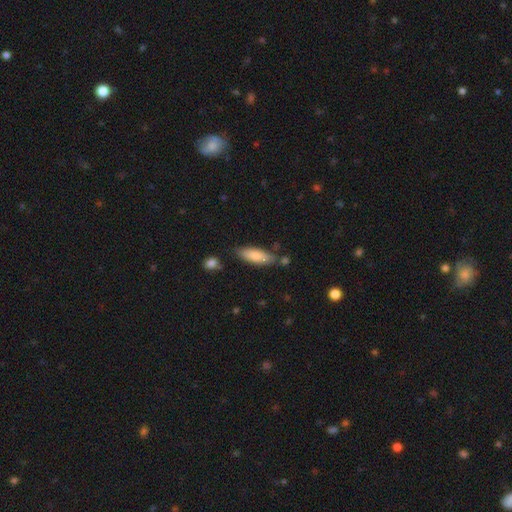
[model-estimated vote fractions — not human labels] Smooth or featured?
  - smooth: 80% *
  - featured or disk: 14%
  - star or artifact: 6%
How rounded?
  - in between: 56% *
  - cigar-shaped: 42%
  - round: 2%
Merging?
  - none: 71% *
  - minor disturbance: 19%
  - merger: 6%
  - major disturbance: 4%